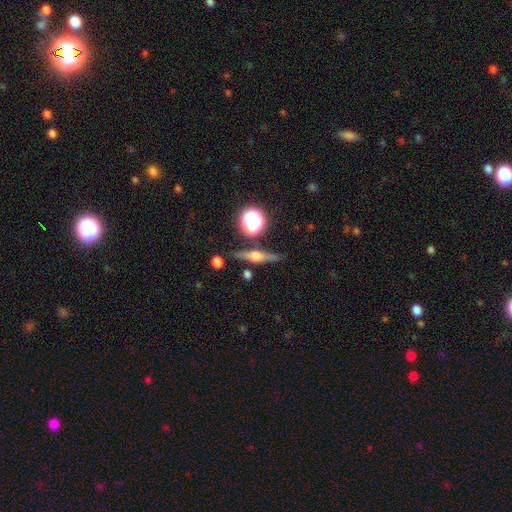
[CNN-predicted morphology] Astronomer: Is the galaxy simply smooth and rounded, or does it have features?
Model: featured or disk — 71%.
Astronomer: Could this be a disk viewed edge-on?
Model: yes — 95%.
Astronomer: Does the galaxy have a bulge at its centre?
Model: rounded — 91%.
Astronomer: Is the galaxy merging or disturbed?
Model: none — 82%.